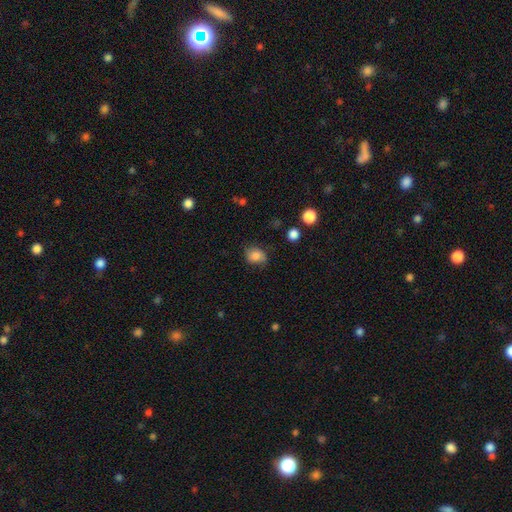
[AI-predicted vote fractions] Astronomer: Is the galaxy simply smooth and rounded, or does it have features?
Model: smooth — 78%.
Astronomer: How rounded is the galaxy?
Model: round — 52% (runner-up: in between, 47%).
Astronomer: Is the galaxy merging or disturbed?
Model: none — 68%.